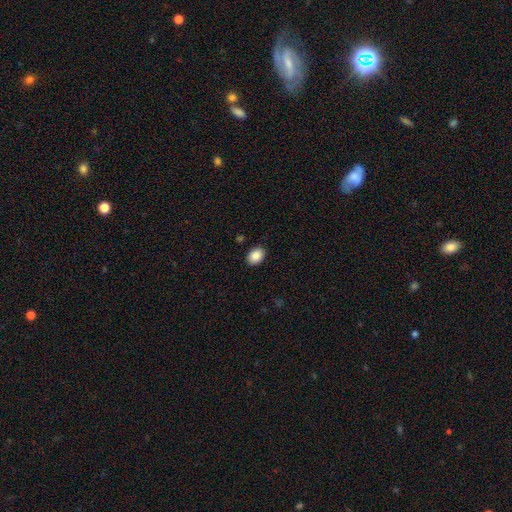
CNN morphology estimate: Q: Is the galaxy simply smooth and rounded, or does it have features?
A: smooth — 89%.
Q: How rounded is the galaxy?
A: in between — 76%.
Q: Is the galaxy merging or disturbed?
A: none — 88%.